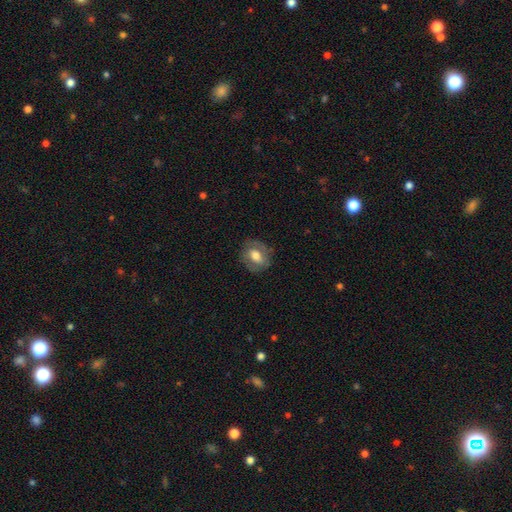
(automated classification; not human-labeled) Smooth or featured? smooth (58%)
How rounded? round (54%)
Merging? none (77%)